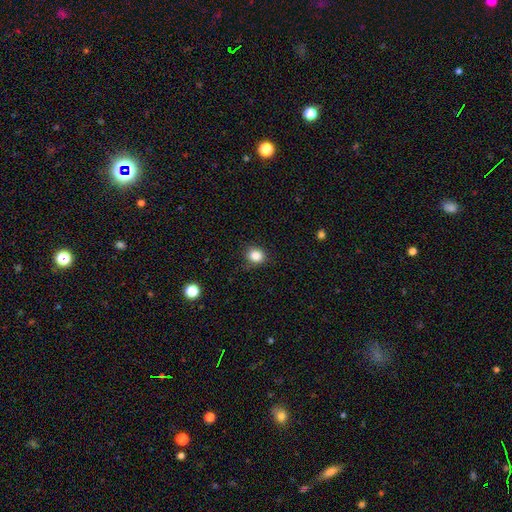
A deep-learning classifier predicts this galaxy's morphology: Smooth or featured? smooth (85%)
How rounded? round (72%)
Merging? none (82%)